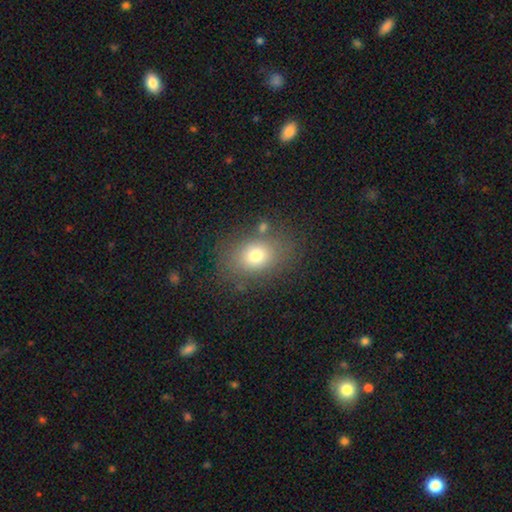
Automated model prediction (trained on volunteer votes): Smooth or featured?
  - smooth: 74% *
  - featured or disk: 13%
  - star or artifact: 13%
How rounded?
  - in between: 61% *
  - round: 37%
  - cigar-shaped: 1%
Merging?
  - none: 75% *
  - minor disturbance: 14%
  - major disturbance: 6%
  - merger: 5%